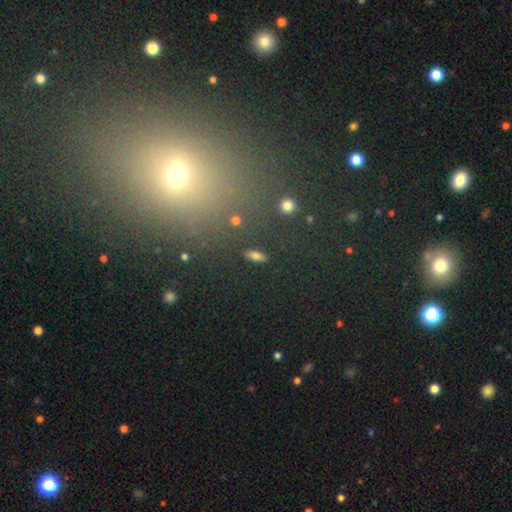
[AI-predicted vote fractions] Smooth or featured? Predicted: smooth (p=0.75). How rounded? Predicted: in between (p=0.73). Merging? Predicted: none (p=0.88).